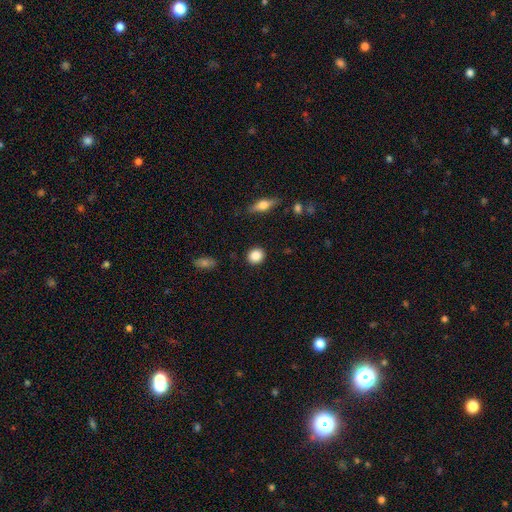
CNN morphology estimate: Q: Smooth or featured?
A: smooth (87%); runner-up: star or artifact (8%)
Q: How rounded?
A: round (86%); runner-up: in between (13%)
Q: Merging?
A: none (90%); runner-up: minor disturbance (6%)